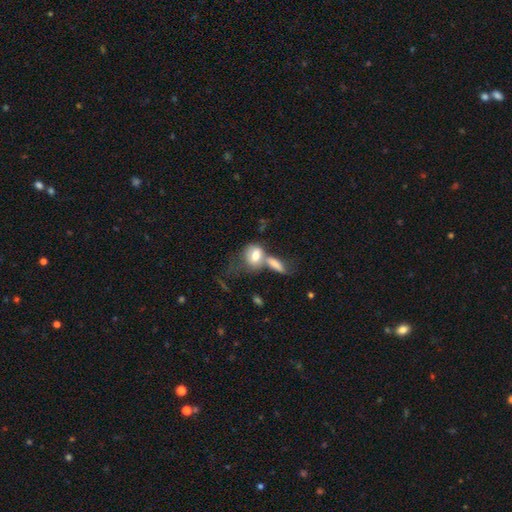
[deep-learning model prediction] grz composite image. It shows a smooth galaxy with no disk features (73%) that is in between round and cigar-shaped (67%). Merging: merger (57%).